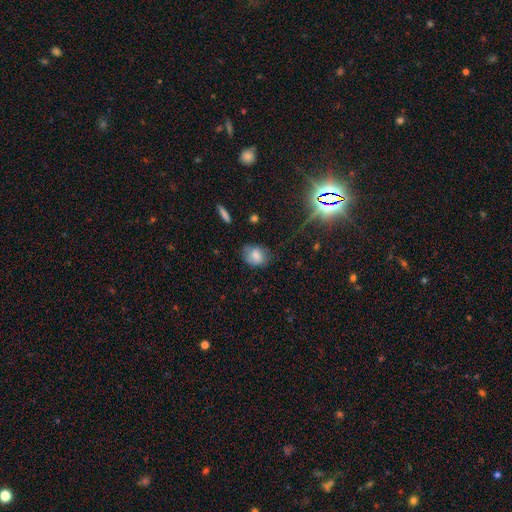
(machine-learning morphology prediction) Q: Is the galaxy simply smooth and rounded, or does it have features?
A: smooth — 78%.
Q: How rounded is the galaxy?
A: in between — 58%.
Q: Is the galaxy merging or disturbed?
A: none — 64%.